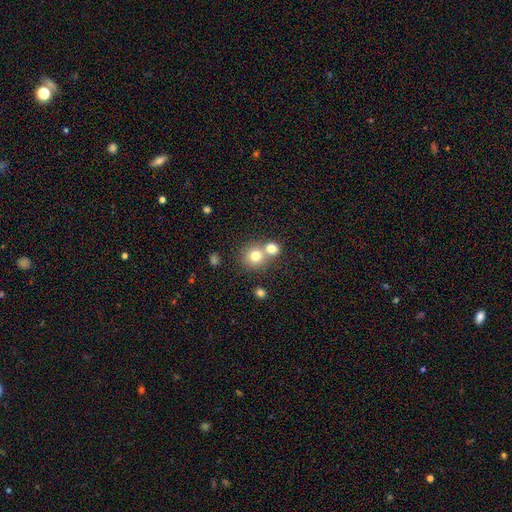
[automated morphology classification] Smooth or featured? smooth (76%)
How rounded? round (86%)
Merging? none (47%)